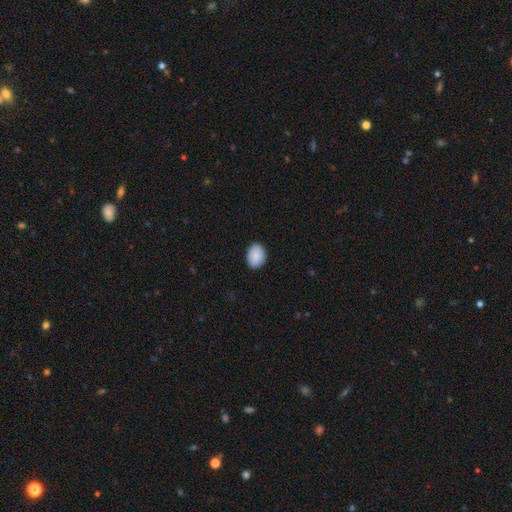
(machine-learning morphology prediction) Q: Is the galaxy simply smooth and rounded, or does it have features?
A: smooth — 90%.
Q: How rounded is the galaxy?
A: in between — 74%.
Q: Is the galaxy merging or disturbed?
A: none — 88%.